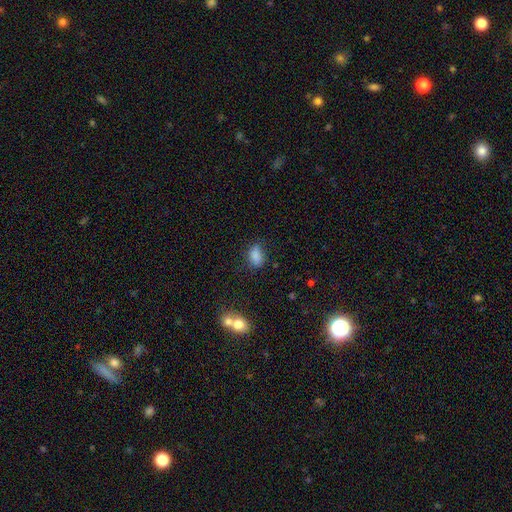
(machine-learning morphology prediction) Smooth or featured? smooth (83%)
How rounded? in between (82%)
Merging? none (60%)